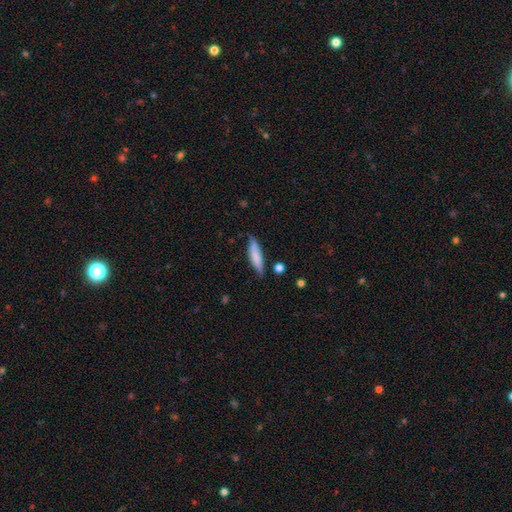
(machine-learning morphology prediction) Smooth or featured? Predicted: smooth (p=0.73). How rounded? Predicted: cigar-shaped (p=0.71). Merging? Predicted: none (p=0.72).